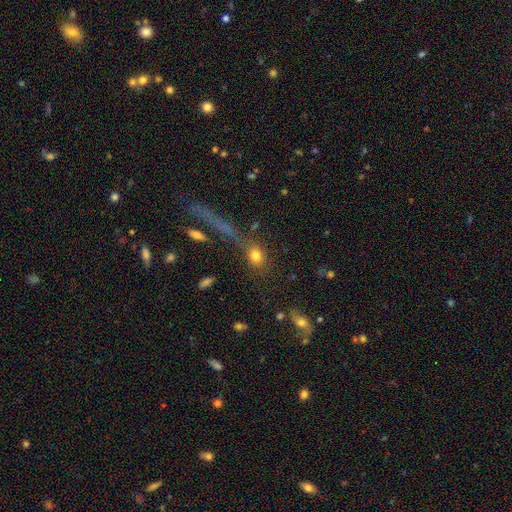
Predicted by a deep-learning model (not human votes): Q: Smooth or featured?
A: smooth (79%); runner-up: star or artifact (12%)
Q: How rounded?
A: round (53%); runner-up: in between (43%)
Q: Merging?
A: none (69%); runner-up: minor disturbance (13%)